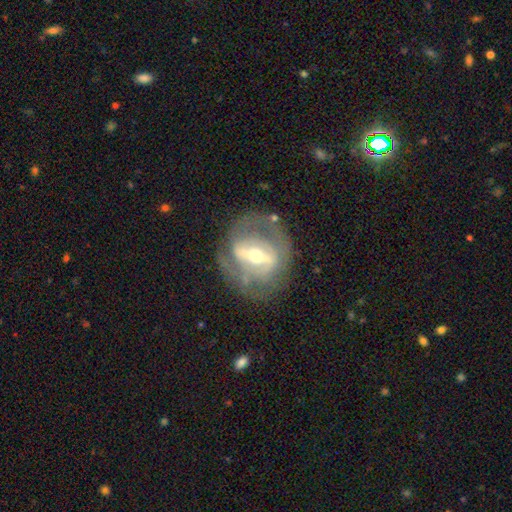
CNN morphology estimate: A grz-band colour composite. It shows a featured or disk galaxy (79%) with a strong bar (61%), spiral arms (60%) and a moderate central bulge (57%). Merging: none (65%).